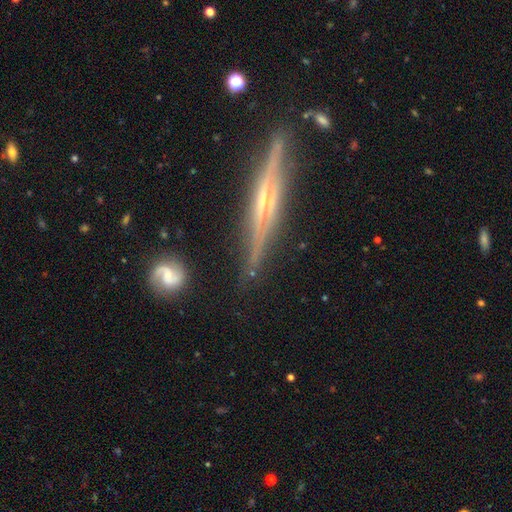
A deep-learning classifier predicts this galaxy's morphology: This appears to be a featured or disk galaxy (81%) viewed edge-on (96%) with a rounded central bulge (55%). Merging: none (82%).